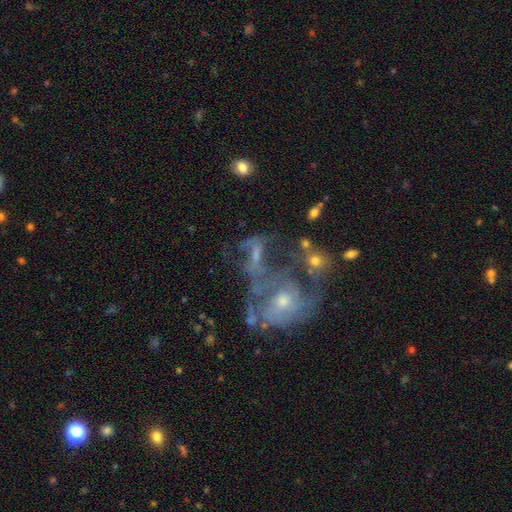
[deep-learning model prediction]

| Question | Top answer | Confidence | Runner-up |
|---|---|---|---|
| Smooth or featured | featured or disk | 61% | smooth (21%) |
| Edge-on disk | no | 96% | yes (4%) |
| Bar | no | 69% | weak (23%) |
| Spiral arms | yes | 54% | no (46%) |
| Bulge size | small | 39% | moderate (36%) |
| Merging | merger | 42% | none (23%) |